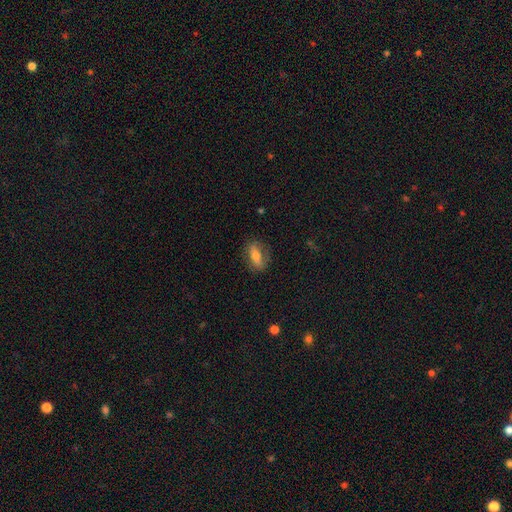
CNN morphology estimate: Smooth or featured? Predicted: smooth (p=0.59). How rounded? Predicted: in between (p=0.70). Merging? Predicted: none (p=0.78).